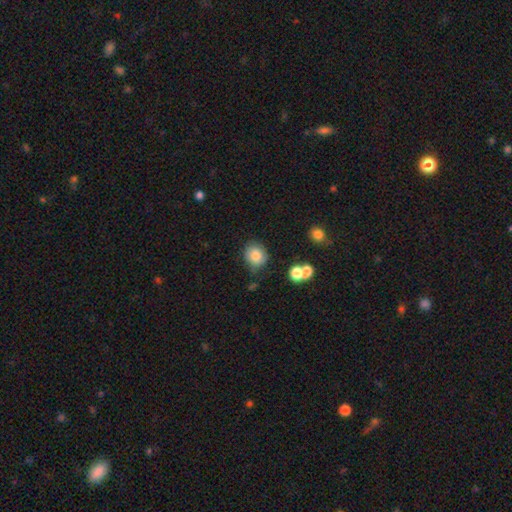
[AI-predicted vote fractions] A smooth galaxy with no disk features (82%) that is round (74%).

Vote fractions:
- Smooth or featured? smooth: 82% / star or artifact: 10% / featured or disk: 8%
- How rounded? round: 74% / in between: 25% / cigar-shaped: 1%
- Merging? none: 73% / minor disturbance: 17% / merger: 5% / major disturbance: 4%